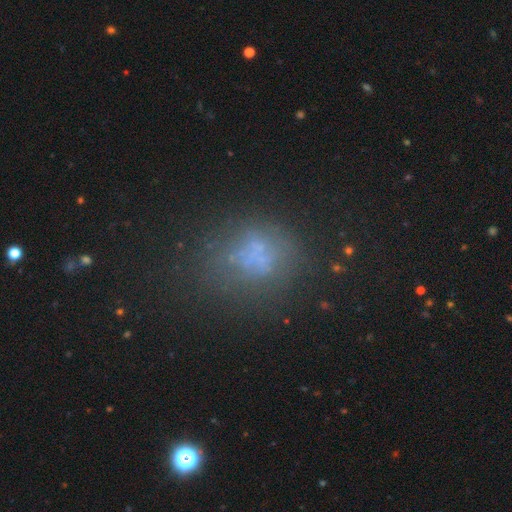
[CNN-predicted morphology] Q: Smooth or featured?
A: smooth (45%); runner-up: featured or disk (30%)
Q: Merging?
A: none (53%); runner-up: minor disturbance (19%)